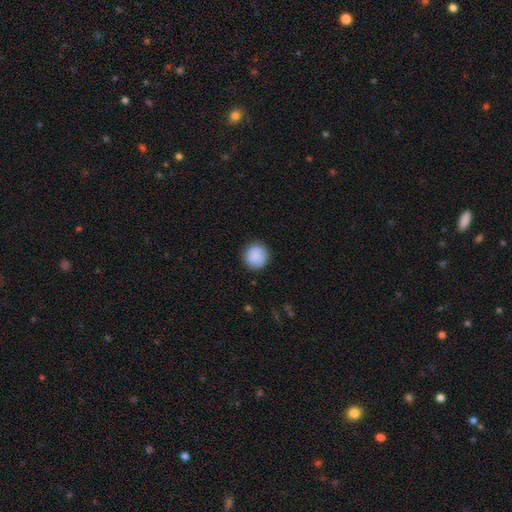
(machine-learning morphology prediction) Smooth or featured? Predicted: smooth (p=0.88). How rounded? Predicted: round (p=0.94). Merging? Predicted: none (p=0.89).